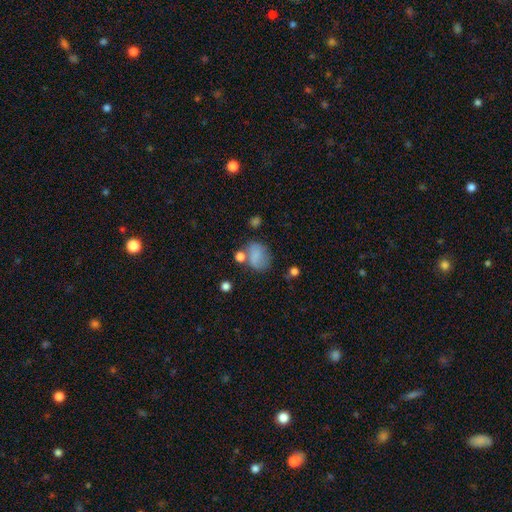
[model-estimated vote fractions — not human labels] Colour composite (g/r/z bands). It shows a smooth galaxy with no disk features (74%) that is in between round and cigar-shaped (57%). Merging: none (49%).